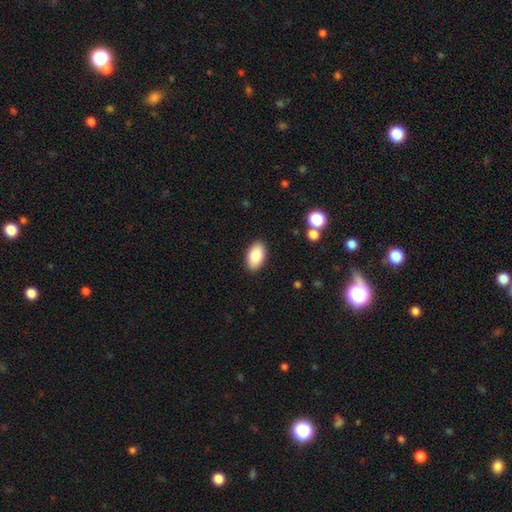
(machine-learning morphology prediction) Smooth or featured? smooth (85%)
How rounded? in between (94%)
Merging? none (89%)